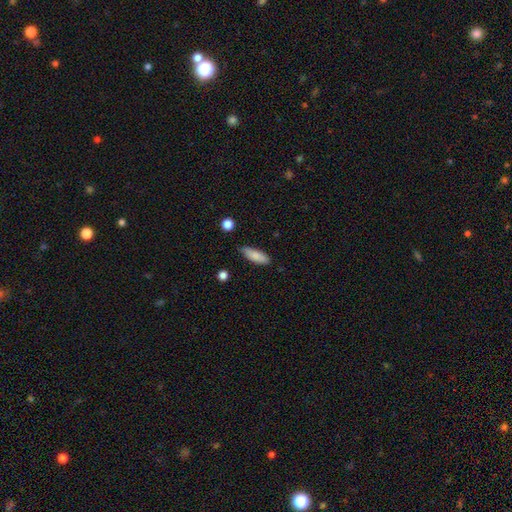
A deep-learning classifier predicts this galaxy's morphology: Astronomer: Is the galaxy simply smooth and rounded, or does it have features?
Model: smooth — 85%.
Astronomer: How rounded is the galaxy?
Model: in between — 59% (runner-up: cigar-shaped, 39%).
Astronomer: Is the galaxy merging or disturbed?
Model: none — 77%.